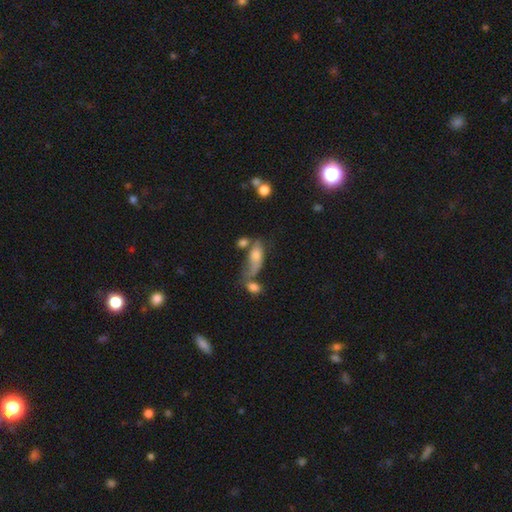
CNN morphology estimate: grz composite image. It shows a smooth galaxy with no disk features (55%) that is in between round and cigar-shaped (68%). Merging: none (31%).